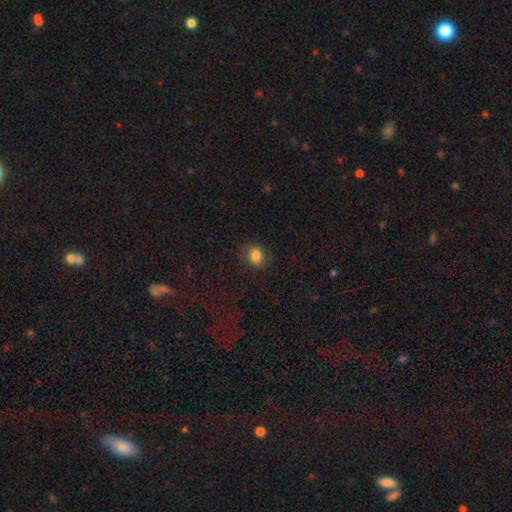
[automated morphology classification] Smooth or featured? smooth (81%)
How rounded? round (53%)
Merging? none (78%)